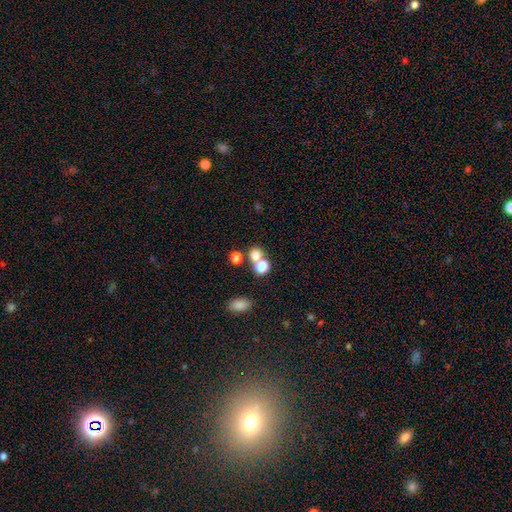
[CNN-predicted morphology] This appears to be a smooth galaxy with no disk features (74%) that is round (79%). Merging: none (49%).